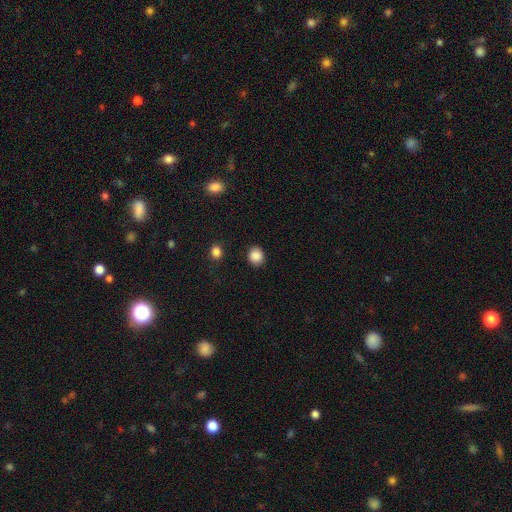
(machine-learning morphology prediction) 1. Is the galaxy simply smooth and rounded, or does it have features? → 88% smooth, 9% star or artifact, 3% featured or disk.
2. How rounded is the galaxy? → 79% round, 20% in between, 1% cigar-shaped.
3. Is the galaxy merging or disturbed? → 88% none, 8% minor disturbance, 2% major disturbance, 2% merger.